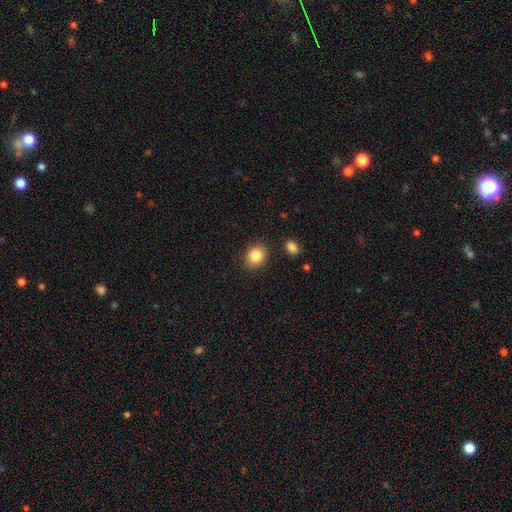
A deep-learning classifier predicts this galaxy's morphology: type=smooth (85%); roundness=in between (51%); merging=none (86%).